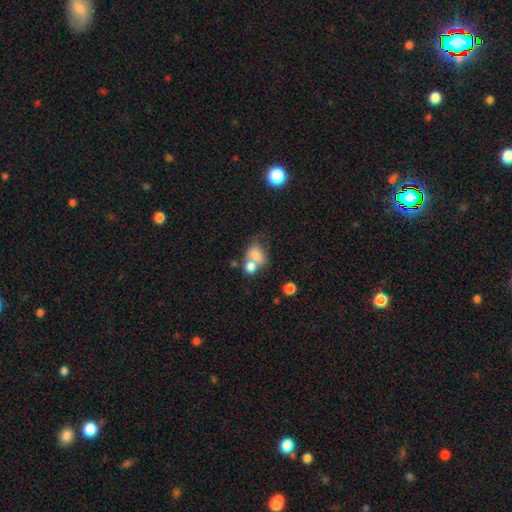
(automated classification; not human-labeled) smooth-or-featured: smooth: 74% | featured or disk: 15% | star or artifact: 11%
  how-rounded: in between: 55% | round: 44% | cigar-shaped: 1%
  merging: merger: 54% | none: 27% | minor disturbance: 12% | major disturbance: 8%